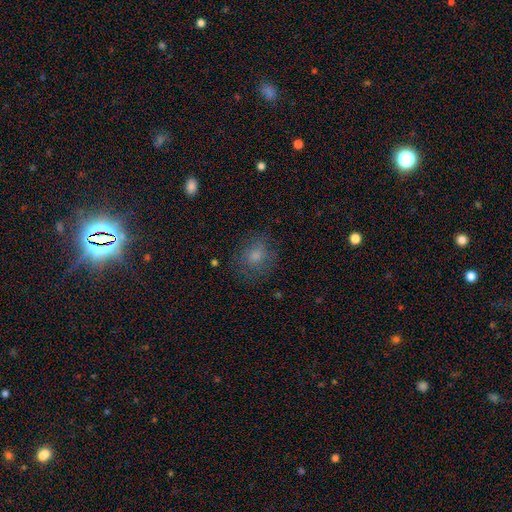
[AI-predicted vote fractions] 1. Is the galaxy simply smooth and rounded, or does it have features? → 68% smooth, 18% featured or disk, 13% star or artifact.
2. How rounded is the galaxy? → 75% round, 24% in between, 1% cigar-shaped.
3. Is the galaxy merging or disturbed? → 74% none, 16% minor disturbance, 9% major disturbance, 1% merger.